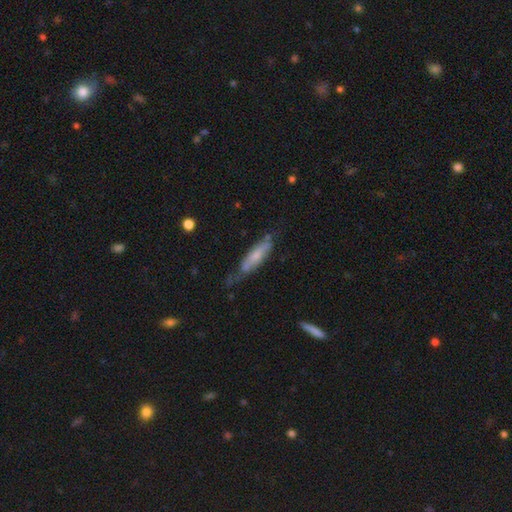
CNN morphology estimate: This is possibly a smooth galaxy (47%). Merging: marginally none (45%).